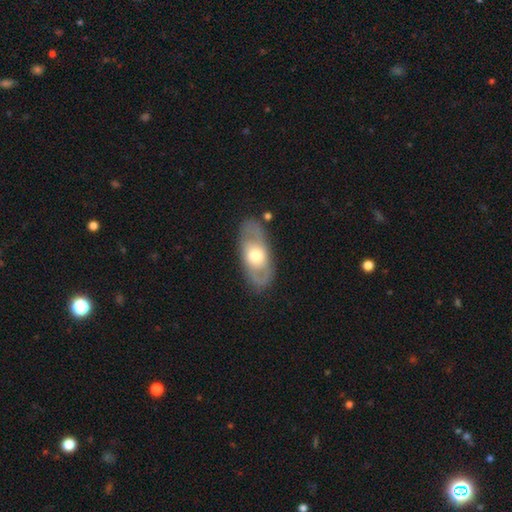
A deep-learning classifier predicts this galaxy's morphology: Smooth or featured? Predicted: featured or disk (p=0.54). Edge-on disk? Predicted: no (p=0.84). Merging? Predicted: none (p=0.80).